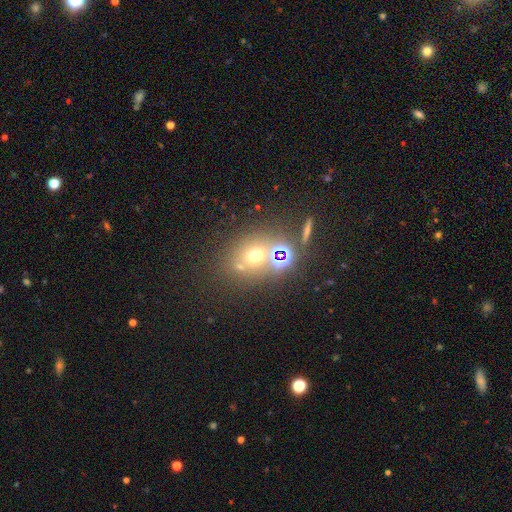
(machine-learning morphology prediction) The model was most divided on "smooth or featured": smooth: 54%, star or artifact: 30%, featured or disk: 16%. More confident: how rounded — round (68%); merging — none (63%).